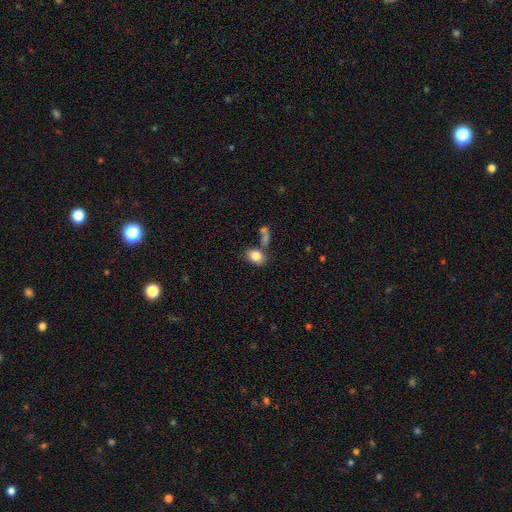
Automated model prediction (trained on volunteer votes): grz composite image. It shows a smooth galaxy with no disk features (83%) that is in between round and cigar-shaped (73%). Merging: none (60%).